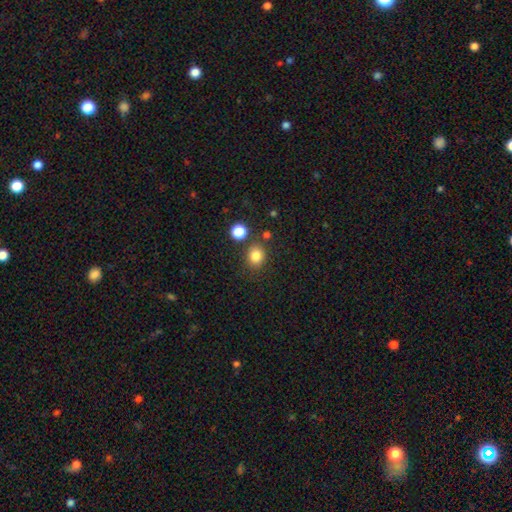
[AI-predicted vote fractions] This appears to be a smooth galaxy with no disk features (83%) that is round (68%). Merging: none (80%).